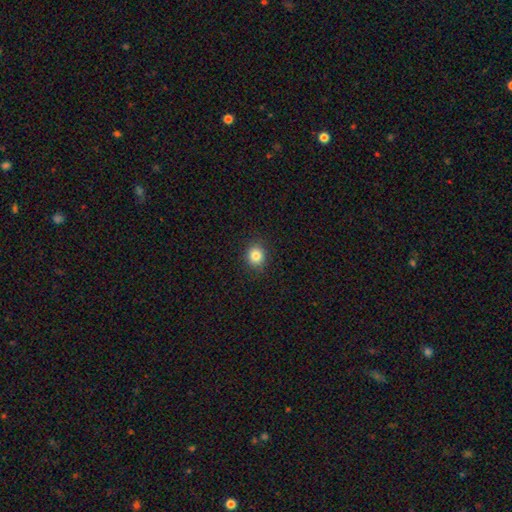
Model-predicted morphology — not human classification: This appears to be a smooth galaxy with no disk features (83%) that is round (74%). Merging: none (89%).